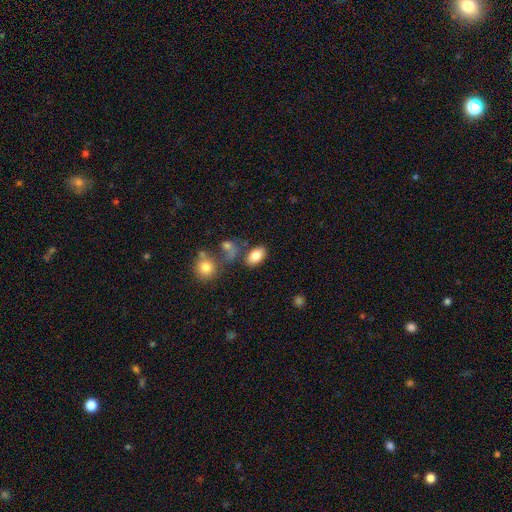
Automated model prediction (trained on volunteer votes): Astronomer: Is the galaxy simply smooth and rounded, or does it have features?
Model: smooth — 84%.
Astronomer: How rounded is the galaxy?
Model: in between — 91%.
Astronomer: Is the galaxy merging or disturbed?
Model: none — 69%.